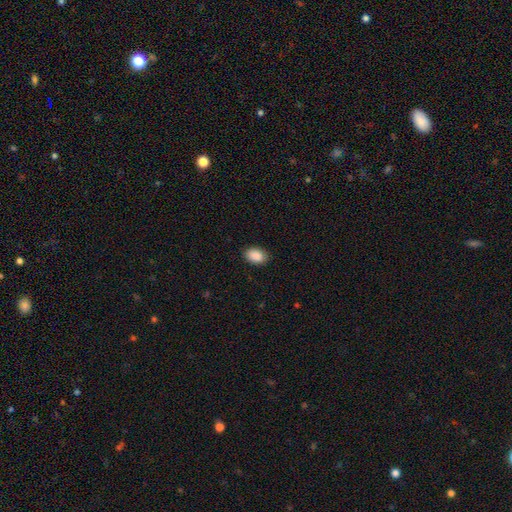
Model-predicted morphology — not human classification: type=smooth (90%); roundness=in between (90%); merging=none (88%).